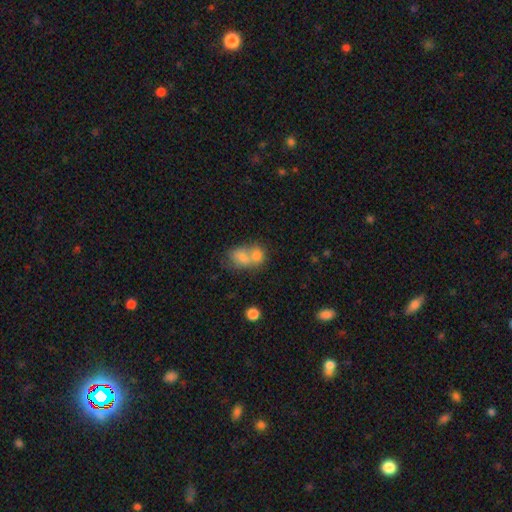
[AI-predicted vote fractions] Smooth or featured?
  - smooth: 73% *
  - featured or disk: 16%
  - star or artifact: 10%
How rounded?
  - in between: 53% *
  - round: 45%
  - cigar-shaped: 1%
Merging?
  - merger: 67% *
  - none: 22%
  - minor disturbance: 7%
  - major disturbance: 4%